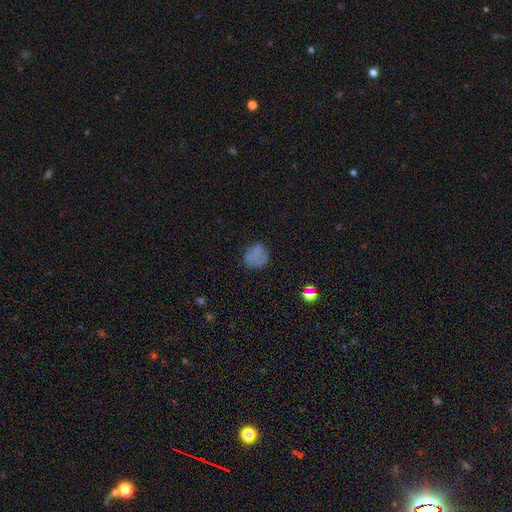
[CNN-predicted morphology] type=smooth (72%); roundness=round (77%); merging=none (71%).